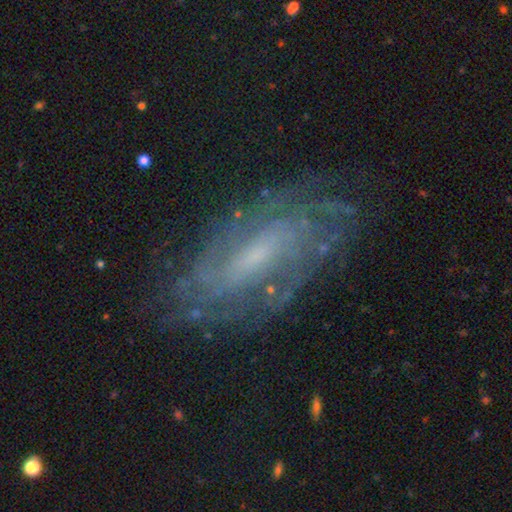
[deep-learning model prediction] A featured or disk galaxy (77%) with a weak bar (48%), tight (61%) spiral arms (88%) and a small central bulge (56%). Merging: none (78%).